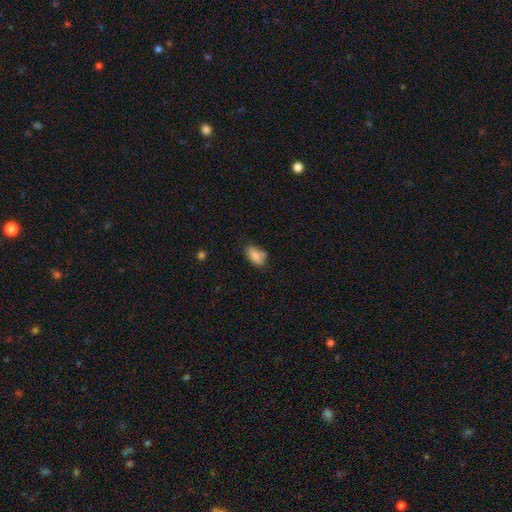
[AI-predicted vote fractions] The model was most divided on "merging": none: 60%, minor disturbance: 23%, merger: 12%, major disturbance: 5%. More confident: how rounded — in between (90%); smooth or featured — smooth (81%).